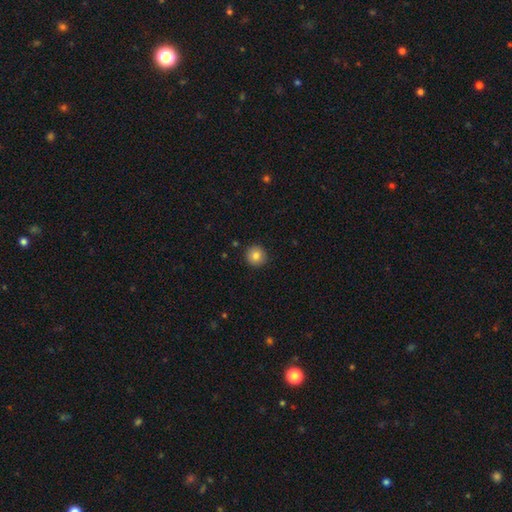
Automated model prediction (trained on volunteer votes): Smooth or featured: smooth — 83% (star or artifact — 10%)
How rounded: round — 95% (in between — 4%)
Merging: none — 91% (minor disturbance — 6%)